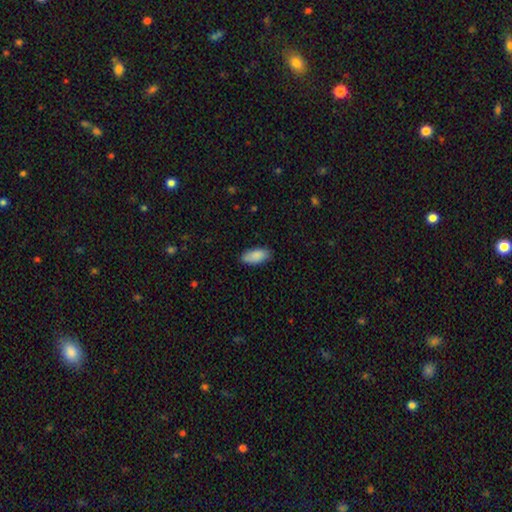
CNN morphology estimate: A smooth galaxy with no disk features (89%) that is in between round and cigar-shaped (89%). Merging: none (83%).